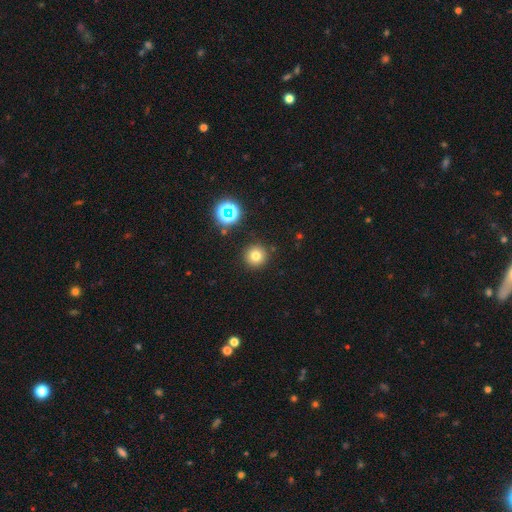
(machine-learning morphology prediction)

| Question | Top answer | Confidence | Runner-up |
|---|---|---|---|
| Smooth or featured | smooth | 75% | star or artifact (17%) |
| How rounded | round | 96% | in between (3%) |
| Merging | none | 89% | minor disturbance (6%) |